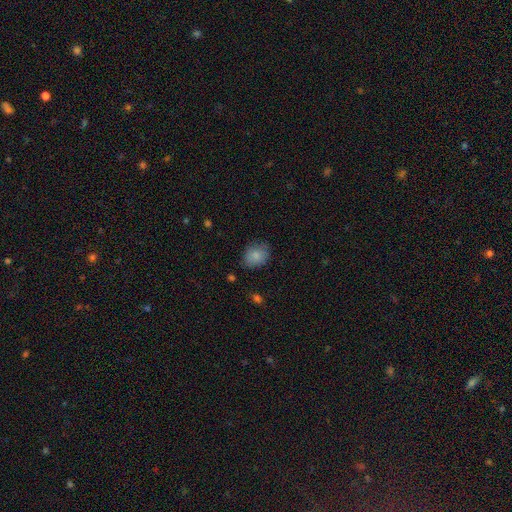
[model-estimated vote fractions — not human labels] Morphology: type=smooth (85%); roundness=in between (58%); merging=none (76%).